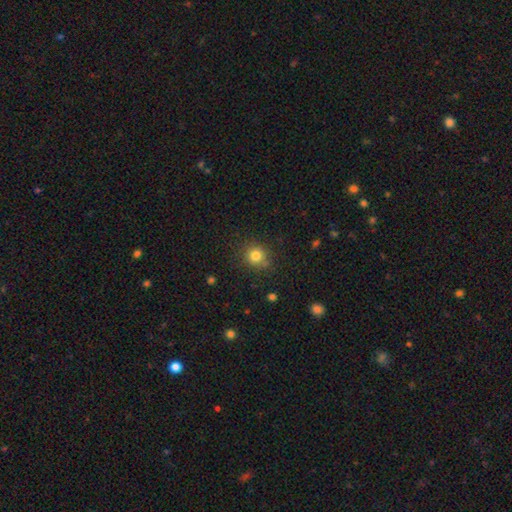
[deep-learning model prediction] This is clearly a smooth galaxy (81%). How rounded: clearly round (90%). Merging: clearly none (83%).